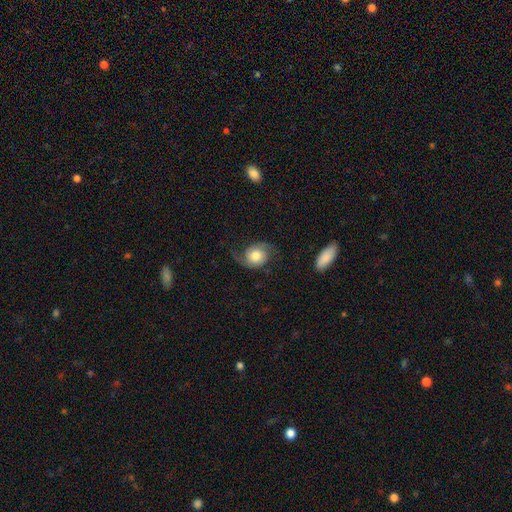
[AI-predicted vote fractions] Smooth or featured? featured or disk (61%)
Edge-on disk? no (97%)
Bar? no (76%)
Spiral arms? yes (93%)
Spiral winding? loose (52%)
Spiral arm count? 2 (81%)
Bulge size? moderate (55%)
Merging? none (58%)